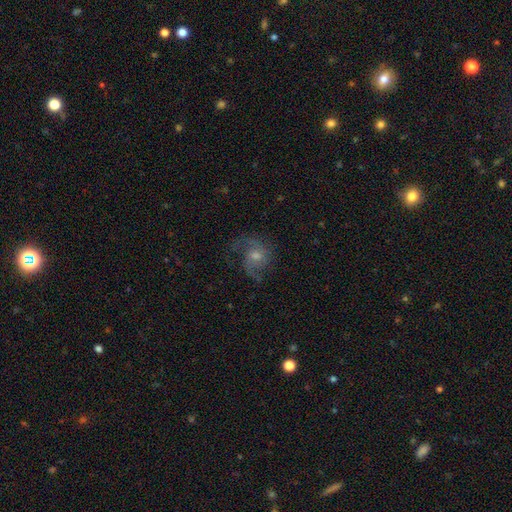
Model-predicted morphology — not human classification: Smooth or featured?
  - featured or disk: 76% *
  - smooth: 14%
  - star or artifact: 10%
Edge-on disk?
  - no: 97% *
  - yes: 3%
Bar?
  - no: 69% *
  - weak: 27%
  - strong: 4%
Spiral arms?
  - yes: 94% *
  - no: 6%
Spiral winding?
  - medium: 49% *
  - loose: 33%
  - tight: 18%
Spiral arm count?
  - 2: 57% *
  - 3: 15%
  - can't tell: 12%
  - 1: 9%
  - 4: 3%
  - more than 4: 3%
Bulge size?
  - moderate: 52% *
  - small: 39%
  - large: 4%
  - none: 3%
  - dominant: 1%
Merging?
  - none: 63% *
  - minor disturbance: 19%
  - major disturbance: 17%
  - merger: 1%